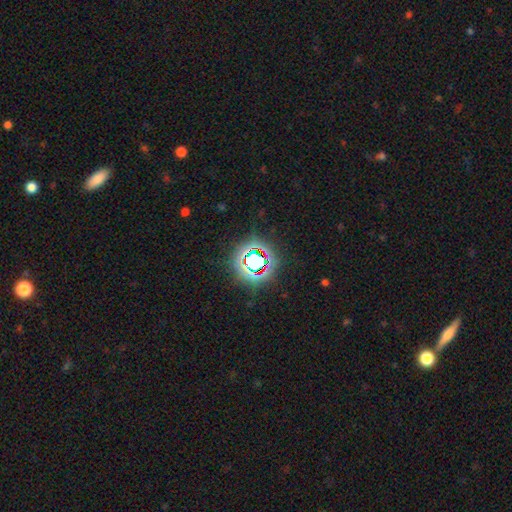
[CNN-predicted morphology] type=star or artifact (77%).